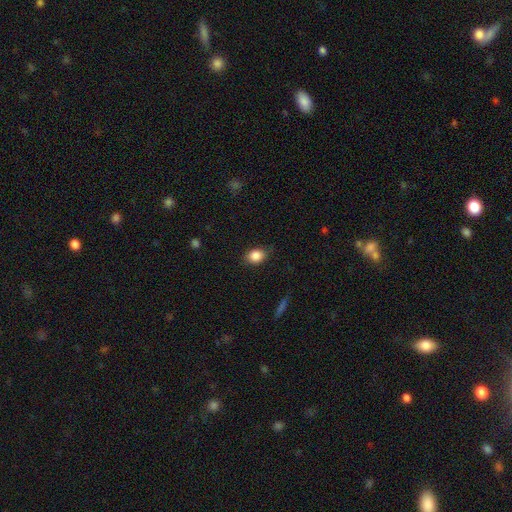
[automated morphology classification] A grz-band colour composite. It shows a smooth galaxy with no disk features (86%) that is in between round and cigar-shaped (67%). Merging: none (81%).